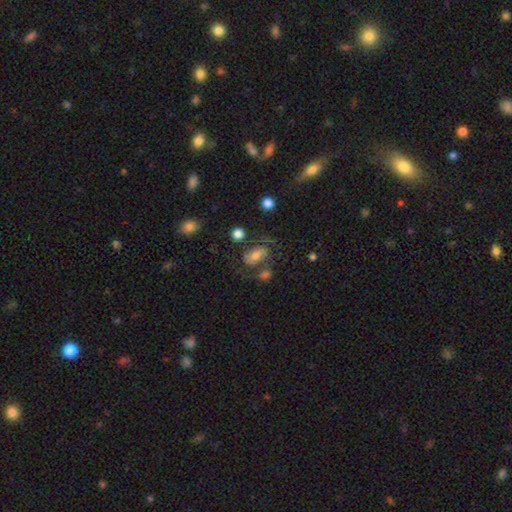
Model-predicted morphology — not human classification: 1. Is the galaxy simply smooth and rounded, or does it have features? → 45% smooth, 44% featured or disk, 11% star or artifact.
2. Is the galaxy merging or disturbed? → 48% none, 19% major disturbance, 18% minor disturbance, 15% merger.